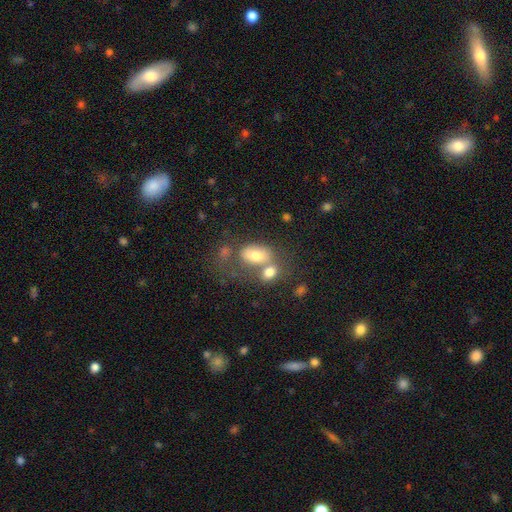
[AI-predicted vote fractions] The model was most divided on "merging": merger: 50%, none: 30%, minor disturbance: 11%, major disturbance: 9%. More confident: how rounded — in between (87%); smooth or featured — smooth (70%).